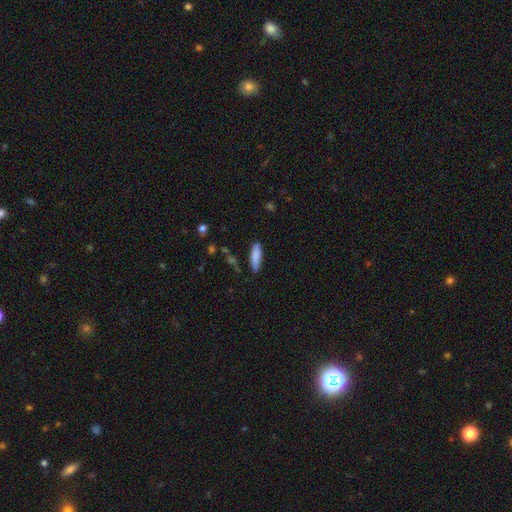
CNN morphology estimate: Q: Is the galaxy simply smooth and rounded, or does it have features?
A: smooth — 86%.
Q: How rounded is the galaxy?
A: cigar-shaped — 52%.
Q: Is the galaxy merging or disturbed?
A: none — 81%.